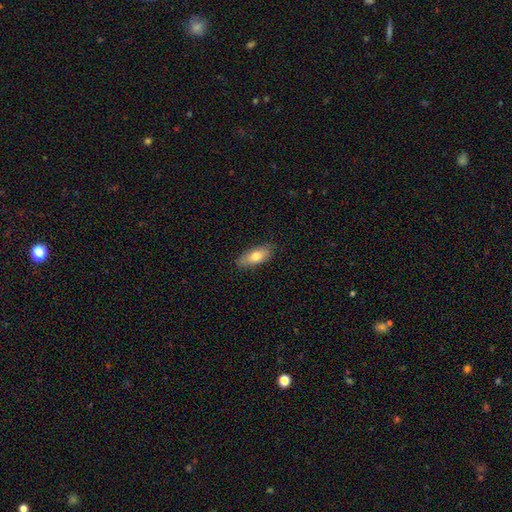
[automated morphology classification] type=smooth (73%); roundness=in between (76%); merging=none (85%).